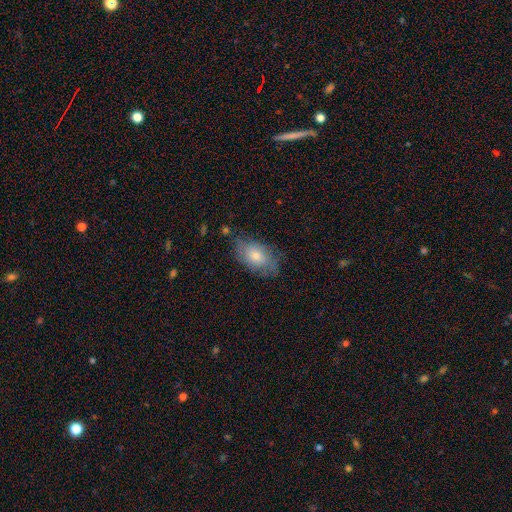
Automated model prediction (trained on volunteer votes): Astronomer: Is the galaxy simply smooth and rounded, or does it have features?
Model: smooth — 64%.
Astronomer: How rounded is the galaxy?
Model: in between — 90%.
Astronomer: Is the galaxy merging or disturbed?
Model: none — 63%.